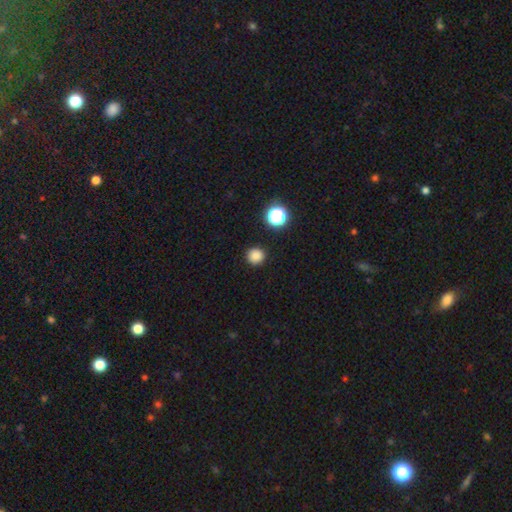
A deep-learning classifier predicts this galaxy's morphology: This is clearly a smooth galaxy (83%). How rounded: clearly round (94%). Merging: clearly none (91%).